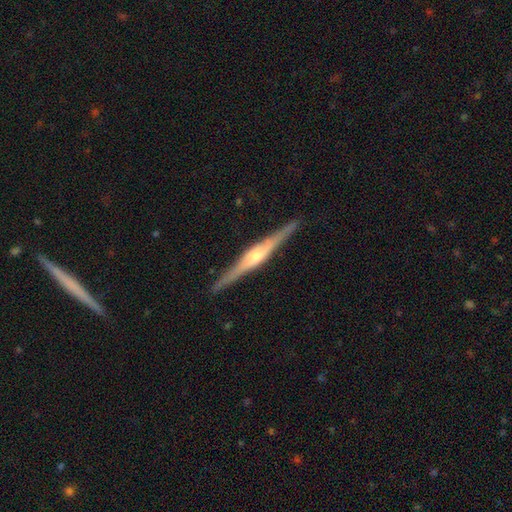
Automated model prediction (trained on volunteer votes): smooth-or-featured: featured or disk: 84% | smooth: 12% | star or artifact: 5%
  disk-edge-on: yes: 98% | no: 2%
    edge-on-bulge: rounded: 77% | boxy: 18% | none: 5%
  merging: none: 90% | minor disturbance: 7% | major disturbance: 1% | merger: 1%